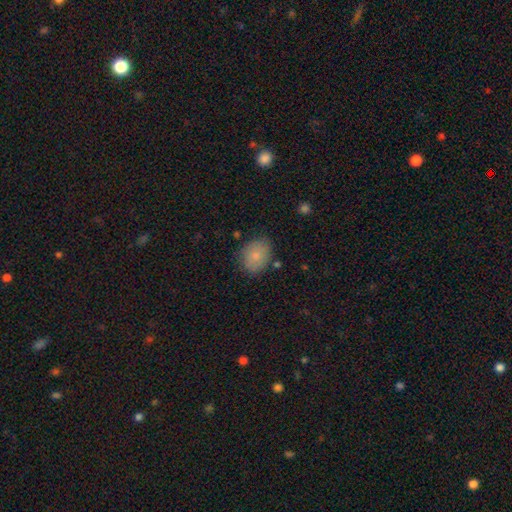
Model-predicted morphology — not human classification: Overall: smooth (80%). How rounded: in between (58%; round 41%). Merging: none (77%).